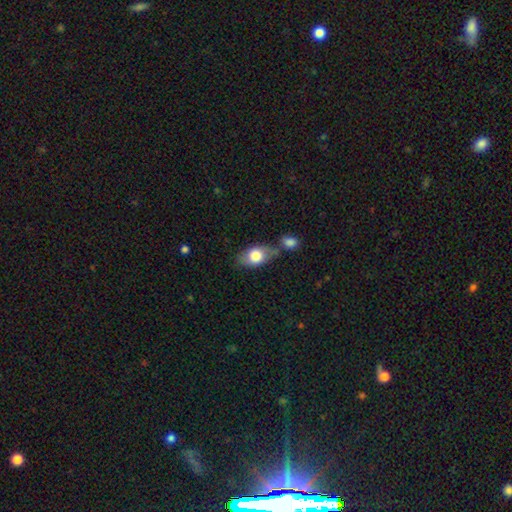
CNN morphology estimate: smooth_or_featured: smooth (p=0.75) [alt: featured or disk p=0.19]
how_rounded: in between (p=0.83) [alt: round p=0.14]
merging: none (p=0.53) [alt: merger p=0.23]